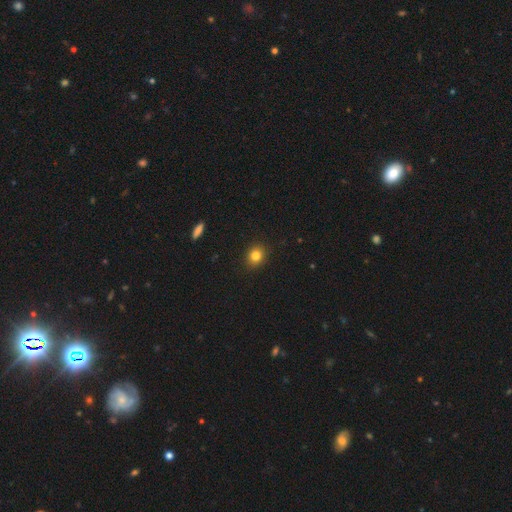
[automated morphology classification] smooth_or_featured: smooth (p=0.82) [alt: star or artifact p=0.12]
how_rounded: round (p=0.73) [alt: in between p=0.25]
merging: none (p=0.91) [alt: minor disturbance p=0.07]